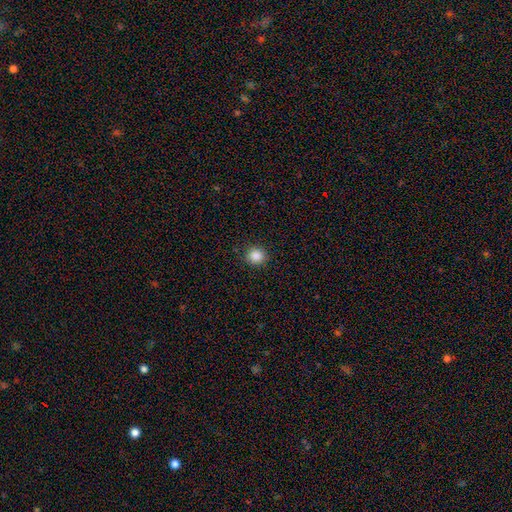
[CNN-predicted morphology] Smooth or featured? Predicted: smooth (p=0.87). How rounded? Predicted: round (p=0.90). Merging? Predicted: none (p=0.90).